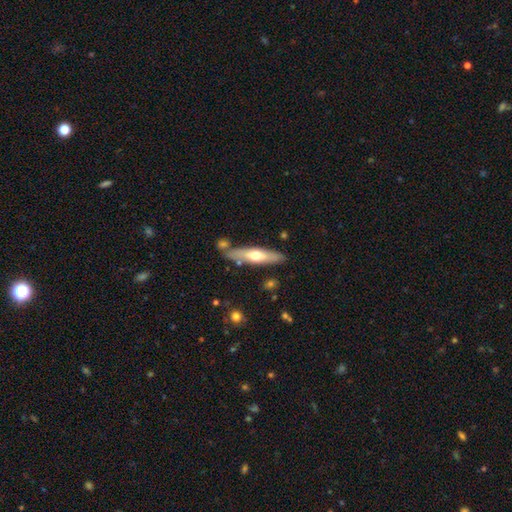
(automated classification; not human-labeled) Smooth or featured?
  - featured or disk: 48% *
  - smooth: 47%
  - star or artifact: 5%
Merging?
  - none: 79% *
  - minor disturbance: 12%
  - merger: 6%
  - major disturbance: 3%